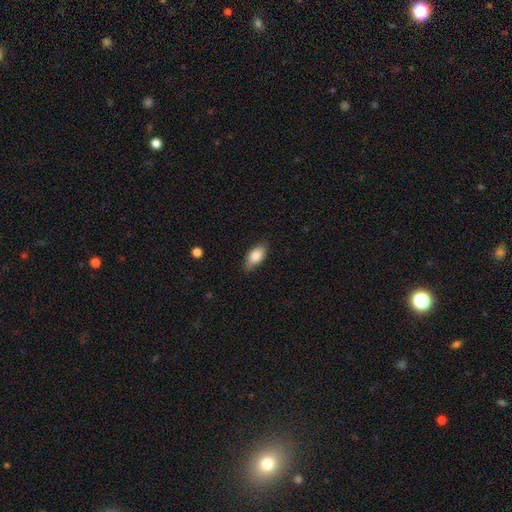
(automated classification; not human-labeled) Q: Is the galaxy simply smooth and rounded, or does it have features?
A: smooth — 83%.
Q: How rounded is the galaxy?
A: in between — 89%.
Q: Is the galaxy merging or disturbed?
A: none — 81%.